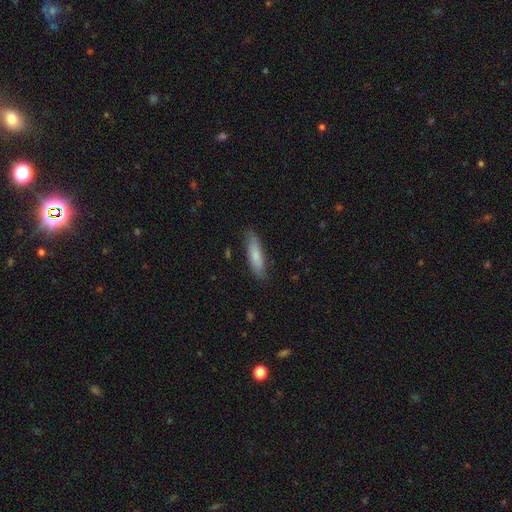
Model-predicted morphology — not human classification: A smooth galaxy with no disk features (74%) that is cigar-shaped (72%).

Vote fractions:
- Smooth or featured? smooth: 74% / featured or disk: 20% / star or artifact: 6%
- How rounded? cigar-shaped: 72% / in between: 26% / round: 2%
- Merging? none: 80% / minor disturbance: 16% / major disturbance: 3% / merger: 1%